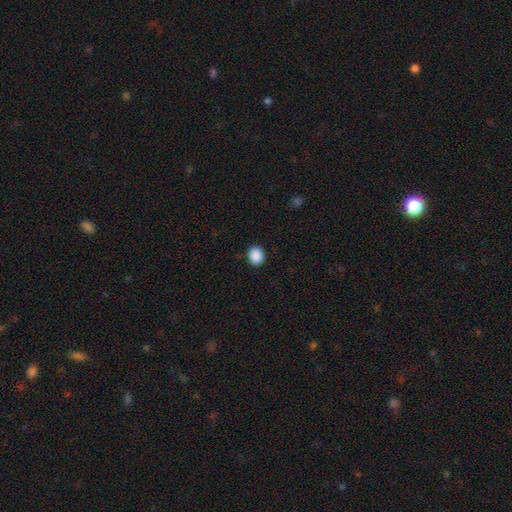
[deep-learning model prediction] The model was most divided on "how rounded": round: 69%, in between: 31%, cigar-shaped: 1%. More confident: merging — none (91%); smooth or featured — smooth (90%).